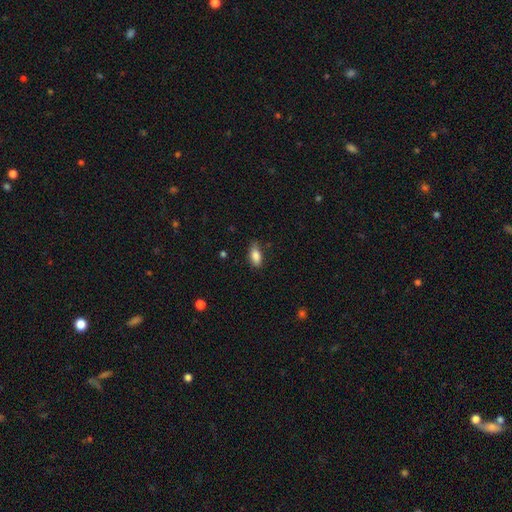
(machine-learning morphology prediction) Smooth or featured?
  - smooth: 84% *
  - featured or disk: 8%
  - star or artifact: 8%
How rounded?
  - in between: 86% *
  - cigar-shaped: 10%
  - round: 4%
Merging?
  - none: 71% *
  - minor disturbance: 23%
  - major disturbance: 4%
  - merger: 2%